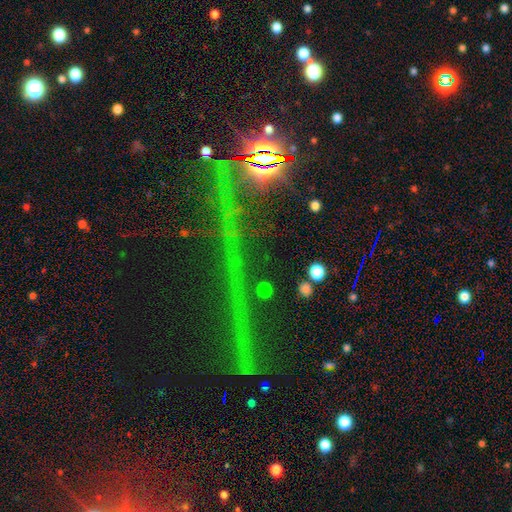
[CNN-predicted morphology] type=star or artifact (79%).